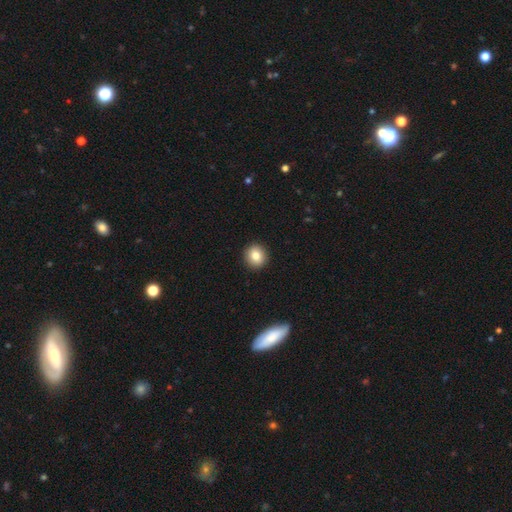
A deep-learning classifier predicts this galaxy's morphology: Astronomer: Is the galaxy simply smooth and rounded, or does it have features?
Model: smooth — 82%.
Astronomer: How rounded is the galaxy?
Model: round — 90%.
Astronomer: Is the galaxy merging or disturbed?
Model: none — 92%.